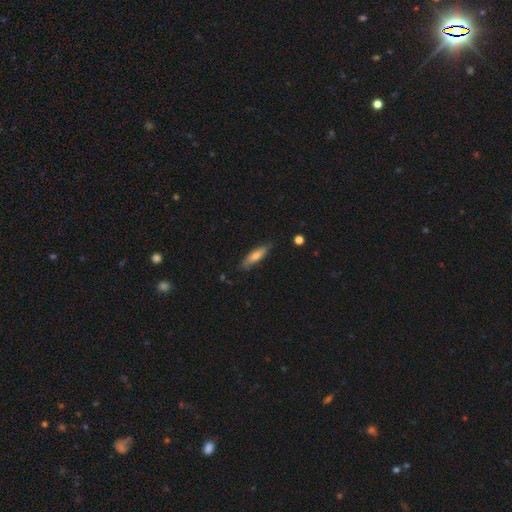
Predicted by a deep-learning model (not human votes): smooth 67%, featured or disk 27%, star or artifact 6%. Down the decision tree: how rounded — cigar-shaped (63%); merging — none (76%).